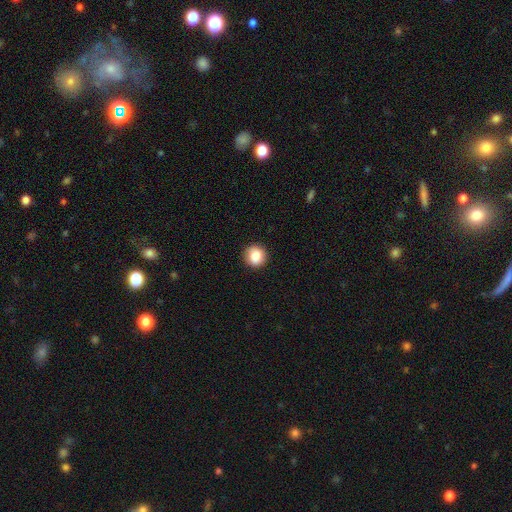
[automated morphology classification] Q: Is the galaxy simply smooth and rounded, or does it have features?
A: smooth — 85%.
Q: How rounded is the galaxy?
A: round — 91%.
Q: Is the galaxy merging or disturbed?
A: none — 90%.